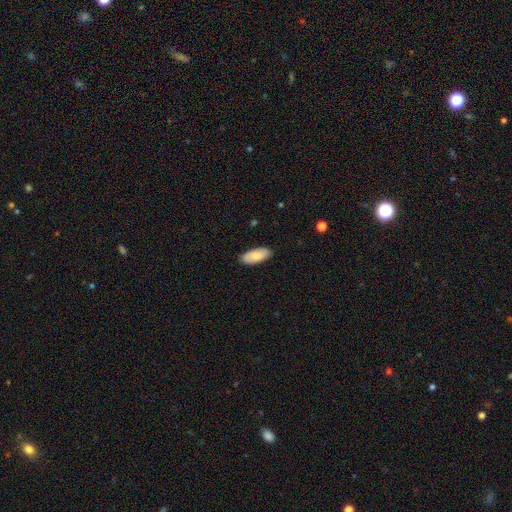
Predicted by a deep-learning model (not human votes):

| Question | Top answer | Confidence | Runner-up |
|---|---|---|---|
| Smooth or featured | smooth | 80% | featured or disk (14%) |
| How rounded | in between | 89% | cigar-shaped (9%) |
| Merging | none | 88% | minor disturbance (9%) |